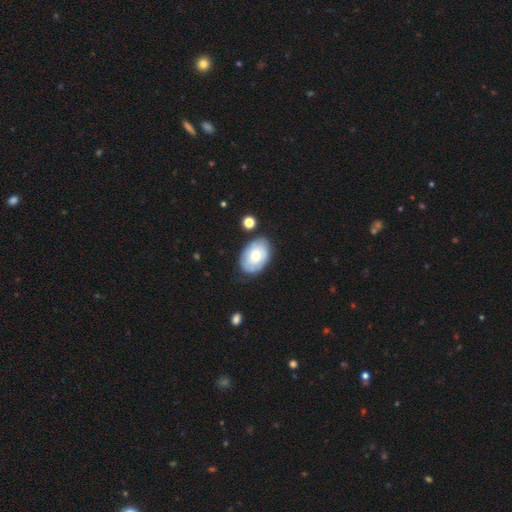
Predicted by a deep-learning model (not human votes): Q: Smooth or featured?
A: smooth (66%); runner-up: featured or disk (27%)
Q: How rounded?
A: in between (87%); runner-up: round (12%)
Q: Merging?
A: none (76%); runner-up: minor disturbance (16%)